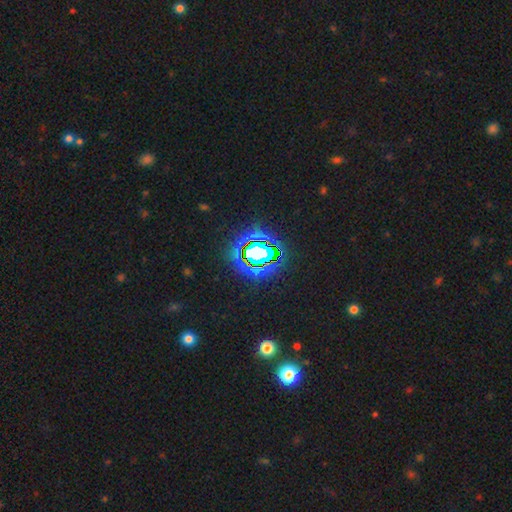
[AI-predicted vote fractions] Smooth or featured?
  - star or artifact: 72% *
  - smooth: 16%
  - featured or disk: 12%